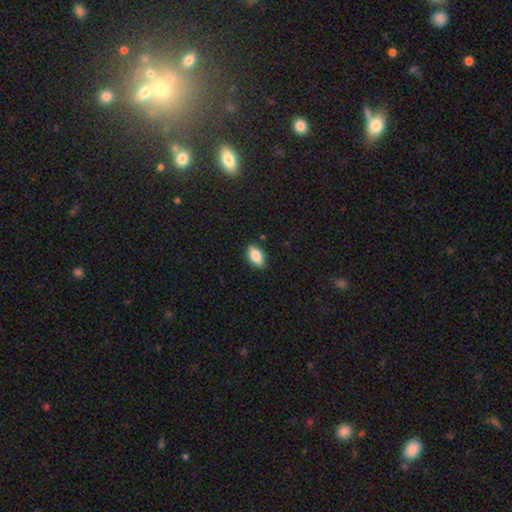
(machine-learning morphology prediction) The model was most divided on "merging": none: 86%, minor disturbance: 11%, major disturbance: 2%, merger: 1%. More confident: how rounded — in between (91%); smooth or featured — smooth (85%).